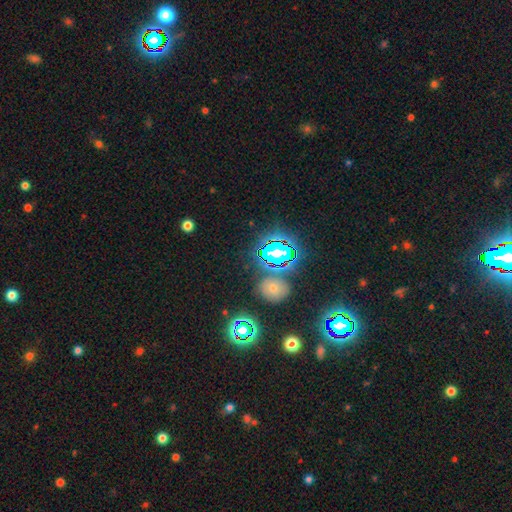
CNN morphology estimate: Overall: star or artifact (80%).